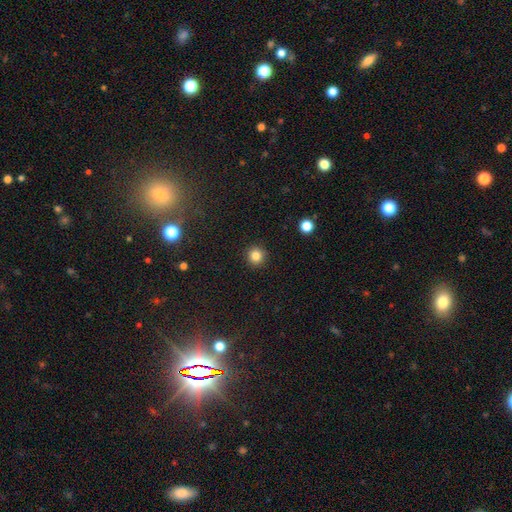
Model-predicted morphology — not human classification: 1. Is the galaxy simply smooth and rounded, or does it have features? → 84% smooth, 12% star or artifact, 5% featured or disk.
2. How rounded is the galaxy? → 95% round, 4% in between, 1% cigar-shaped.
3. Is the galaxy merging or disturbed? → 93% none, 5% minor disturbance, 2% major disturbance, 1% merger.